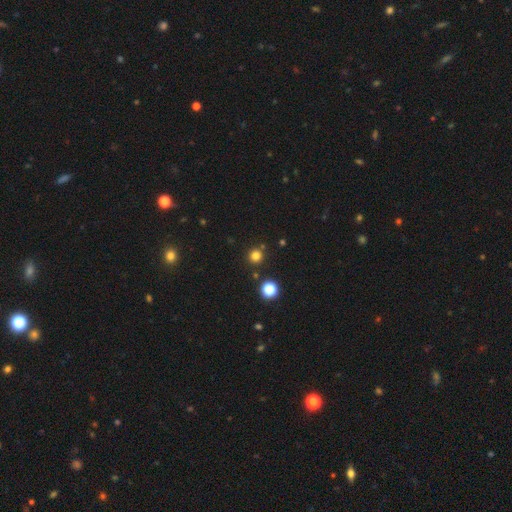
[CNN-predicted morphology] Overall: smooth (77%). How rounded: round (93%). Merging: none (84%).